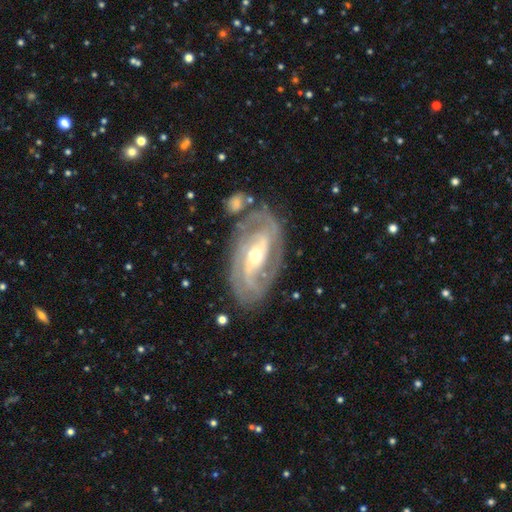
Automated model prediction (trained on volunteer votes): A featured or disk galaxy (88%) with no bar (37%), 2 (54%) tight (52%) spiral arms (95%) and a moderate central bulge (50%). Merging: none (74%).